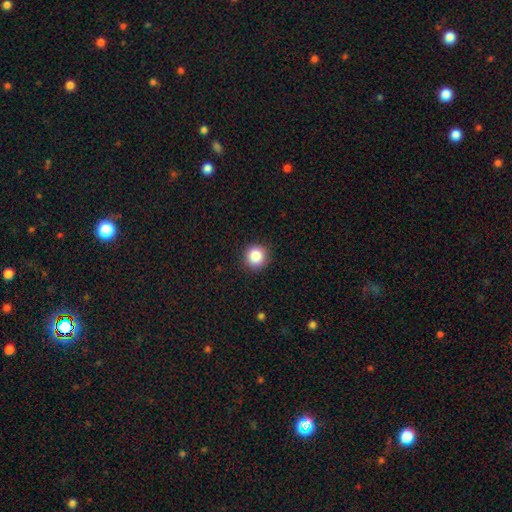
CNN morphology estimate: Smooth or featured?
  - smooth: 86% *
  - star or artifact: 10%
  - featured or disk: 4%
How rounded?
  - round: 94% *
  - in between: 5%
  - cigar-shaped: 1%
Merging?
  - none: 90% *
  - minor disturbance: 7%
  - major disturbance: 2%
  - merger: 1%